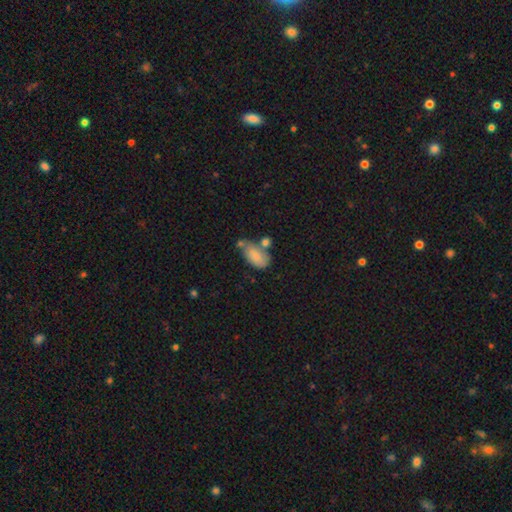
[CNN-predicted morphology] Smooth or featured? smooth (79%)
How rounded? in between (93%)
Merging? none (38%)